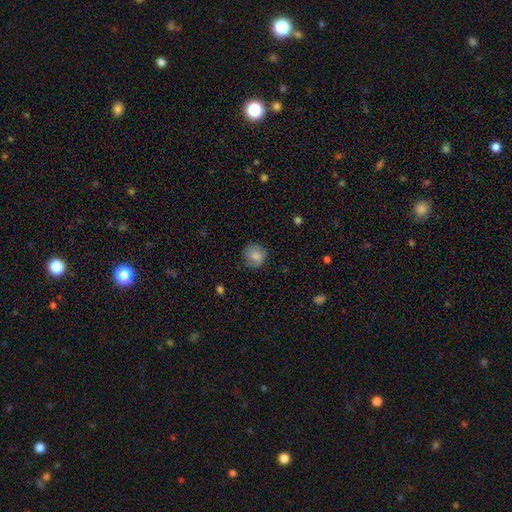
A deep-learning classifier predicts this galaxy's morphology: Overall: smooth (80%). How rounded: round (87%). Merging: none (78%).